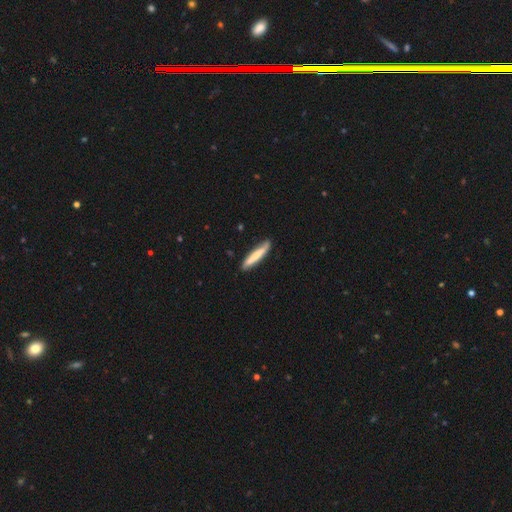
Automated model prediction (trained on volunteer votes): A smooth galaxy with no disk features (69%) that is cigar-shaped (92%). Merging: none (80%).